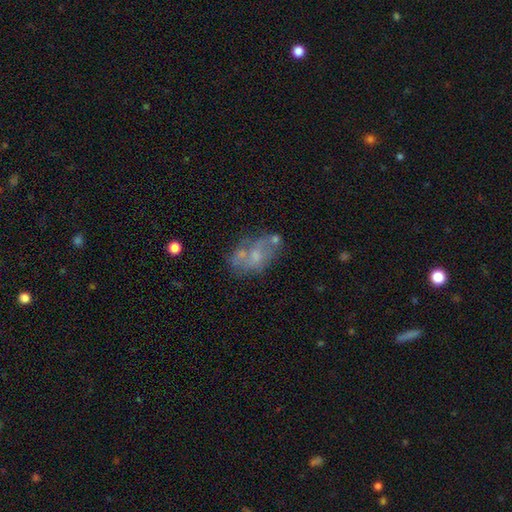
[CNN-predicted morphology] Smooth or featured?
  - featured or disk: 52% *
  - smooth: 36%
  - star or artifact: 12%
Edge-on disk?
  - no: 96% *
  - yes: 4%
Merging?
  - none: 42% *
  - minor disturbance: 21%
  - merger: 20%
  - major disturbance: 16%